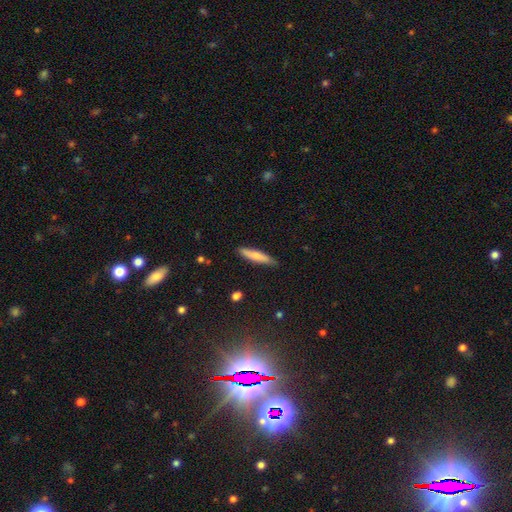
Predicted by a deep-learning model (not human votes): The model was most divided on "smooth or featured": smooth: 73%, featured or disk: 21%, star or artifact: 6%. More confident: how rounded — cigar-shaped (84%); merging — none (83%).